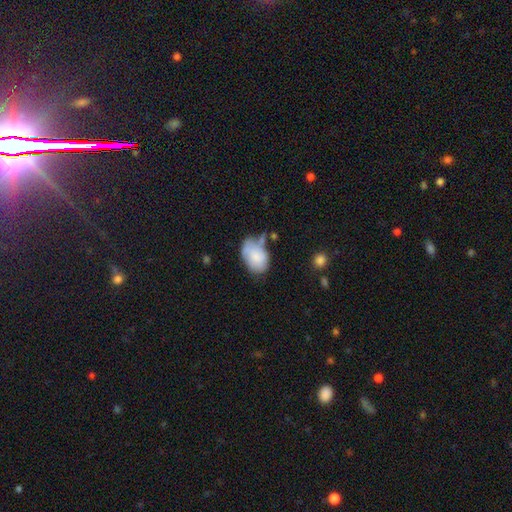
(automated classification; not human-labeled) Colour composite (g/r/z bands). It shows a smooth galaxy with no disk features (73%) that is in between round and cigar-shaped (87%). Merging: none (39%).